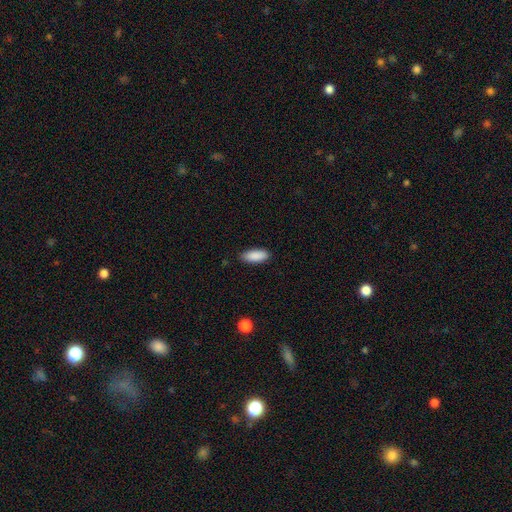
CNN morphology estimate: Q: Smooth or featured?
A: smooth (90%); runner-up: star or artifact (6%)
Q: How rounded?
A: in between (80%); runner-up: cigar-shaped (18%)
Q: Merging?
A: none (85%); runner-up: minor disturbance (12%)